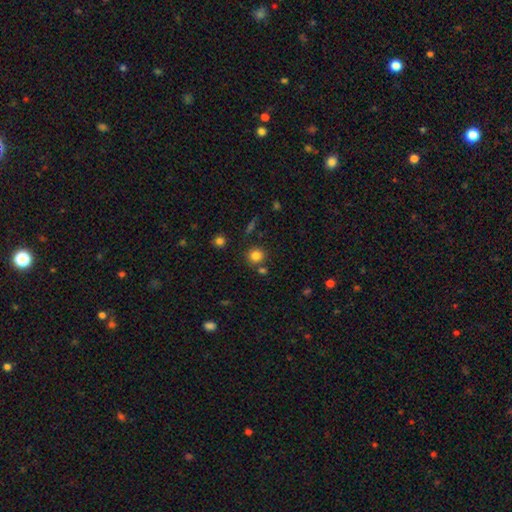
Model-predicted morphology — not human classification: This appears to be a smooth galaxy with no disk features (82%) that is round (90%). Merging: none (78%).